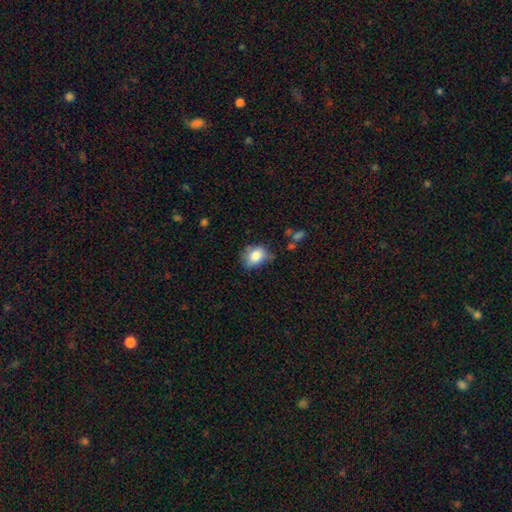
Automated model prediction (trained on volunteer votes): This is clearly a smooth galaxy (81%). How rounded: possibly in between (59%). Merging: possibly none (56%).